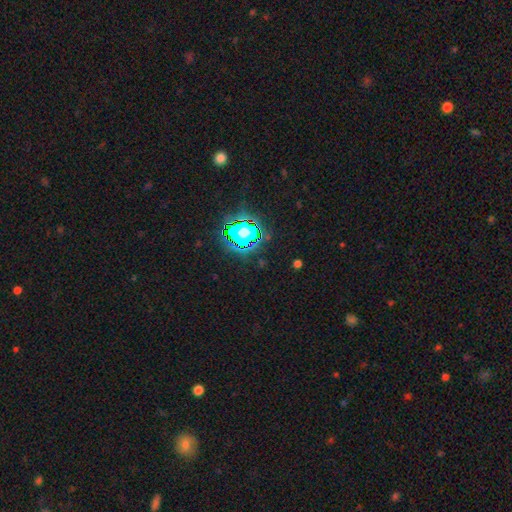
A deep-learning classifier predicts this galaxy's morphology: Smooth or featured? star or artifact (77%)